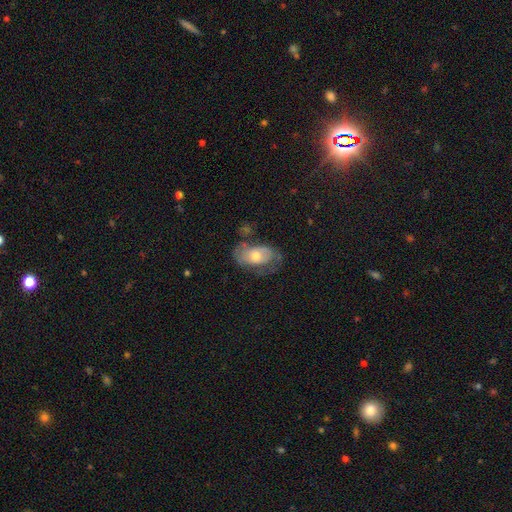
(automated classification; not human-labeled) The model was most divided on "smooth or featured": smooth: 51%, featured or disk: 42%, star or artifact: 7%. Remaining: how rounded — in between (90%); merging — none (40%).